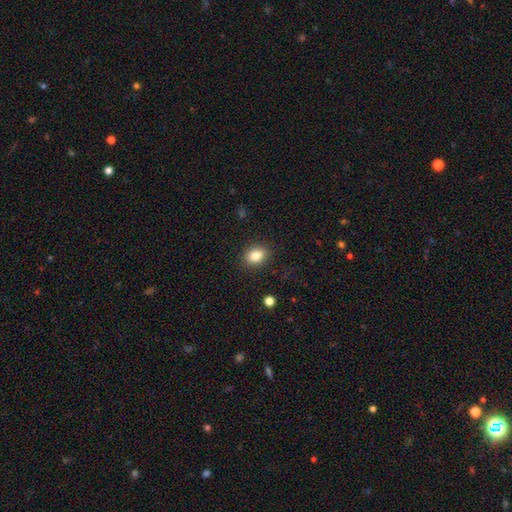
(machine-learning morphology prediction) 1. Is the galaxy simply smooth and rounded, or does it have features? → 83% smooth, 10% star or artifact, 7% featured or disk.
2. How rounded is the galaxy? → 68% in between, 31% round, 1% cigar-shaped.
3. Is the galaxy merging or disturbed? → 88% none, 9% minor disturbance, 3% major disturbance, 1% merger.